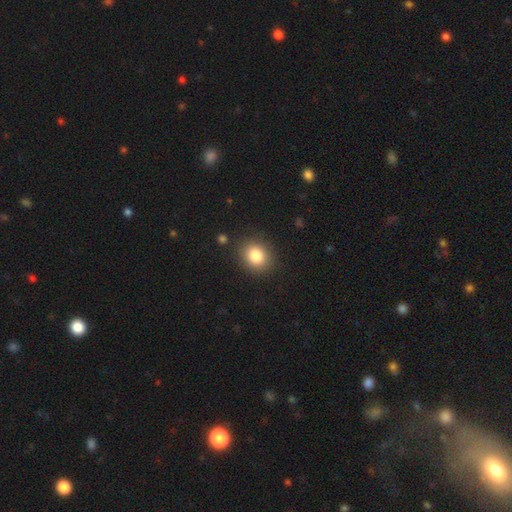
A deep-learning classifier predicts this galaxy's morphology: type=smooth (83%); roundness=round (72%); merging=none (88%).